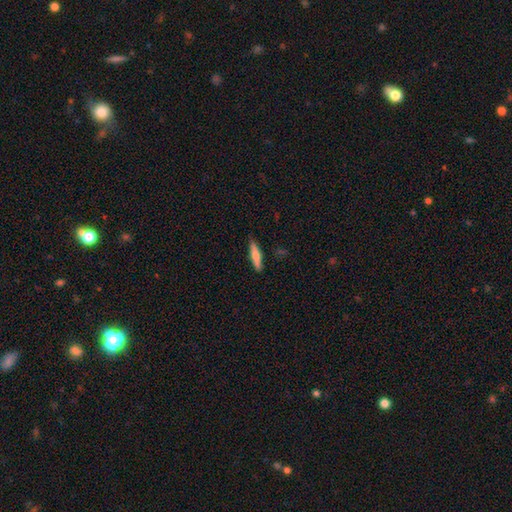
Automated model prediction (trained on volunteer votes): Smooth or featured: smooth — 64% (featured or disk — 30%)
How rounded: cigar-shaped — 84% (in between — 14%)
Merging: none — 87% (minor disturbance — 10%)